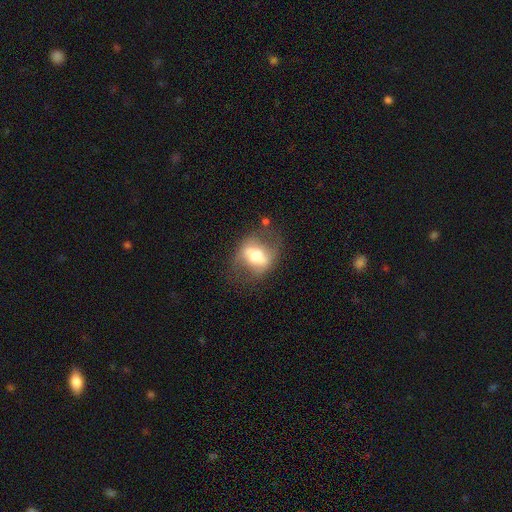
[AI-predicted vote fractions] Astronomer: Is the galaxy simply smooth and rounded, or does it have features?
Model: featured or disk — 54% (runner-up: smooth, 38%).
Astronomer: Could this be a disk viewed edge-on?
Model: no — 75%.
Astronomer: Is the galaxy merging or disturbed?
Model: none — 60%.